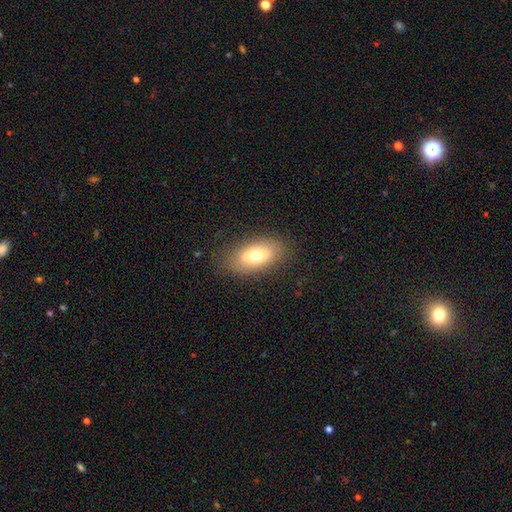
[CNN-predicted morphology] Smooth or featured: smooth — 70% (featured or disk — 21%)
How rounded: in between — 90% (round — 6%)
Merging: none — 83% (minor disturbance — 12%)